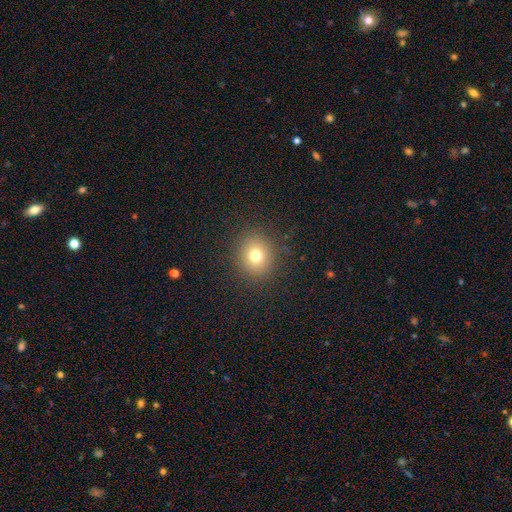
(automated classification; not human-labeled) Smooth or featured: smooth — 74% (star or artifact — 16%)
How rounded: round — 83% (in between — 16%)
Merging: none — 88% (minor disturbance — 7%)